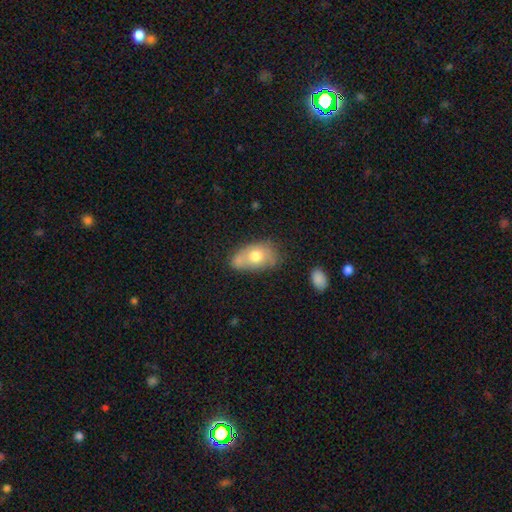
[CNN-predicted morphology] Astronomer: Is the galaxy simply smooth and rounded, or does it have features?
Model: smooth — 67%.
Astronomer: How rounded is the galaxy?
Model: in between — 86%.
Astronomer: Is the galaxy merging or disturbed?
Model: none — 41% (runner-up: minor disturbance, 28%).